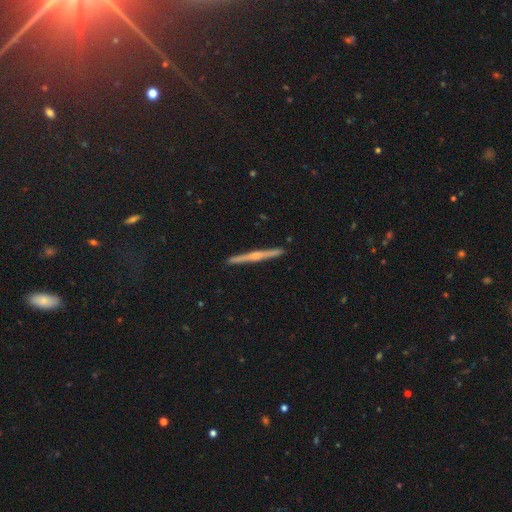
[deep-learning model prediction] The model was most divided on "edge-on bulge": rounded: 61%, none: 30%, boxy: 9%. More confident: edge-on disk — yes (98%); merging — none (93%); smooth or featured — featured or disk (68%).